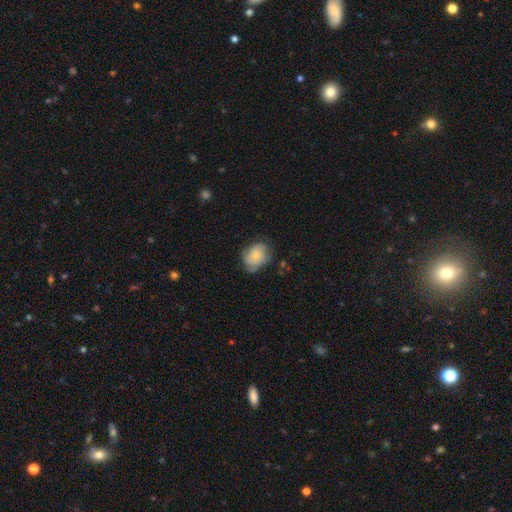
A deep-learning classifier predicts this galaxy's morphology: type=smooth (47%); merging=none (57%).